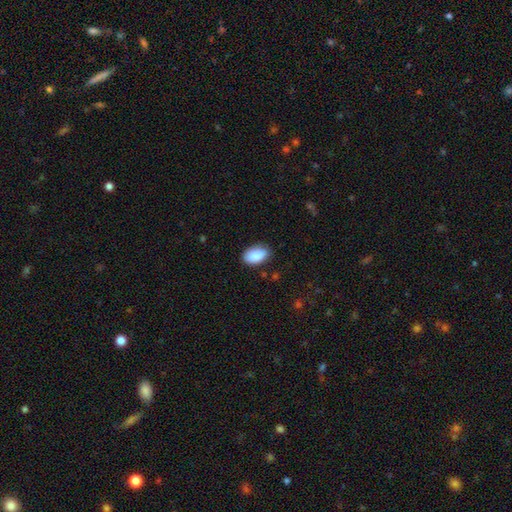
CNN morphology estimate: Overall: smooth (90%). How rounded: in between (93%). Merging: none (79%).